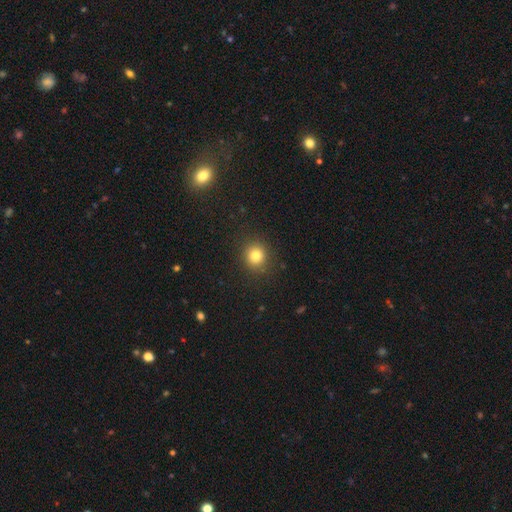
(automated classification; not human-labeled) smooth 81%, star or artifact 13%, featured or disk 6%. Down the decision tree: how rounded — round (88%); merging — none (89%).